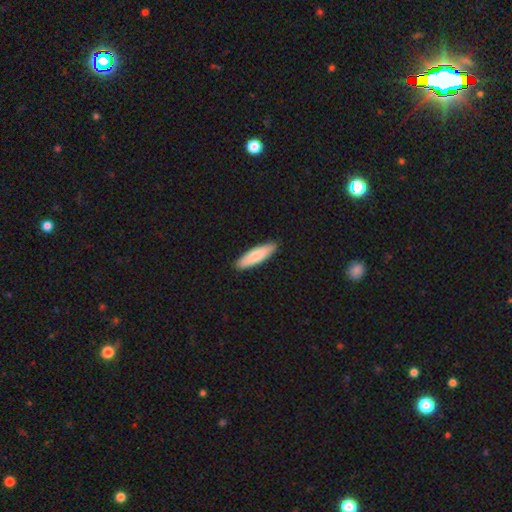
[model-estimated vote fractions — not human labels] Morphology: type=smooth (81%); roundness=cigar-shaped (64%); merging=none (90%).